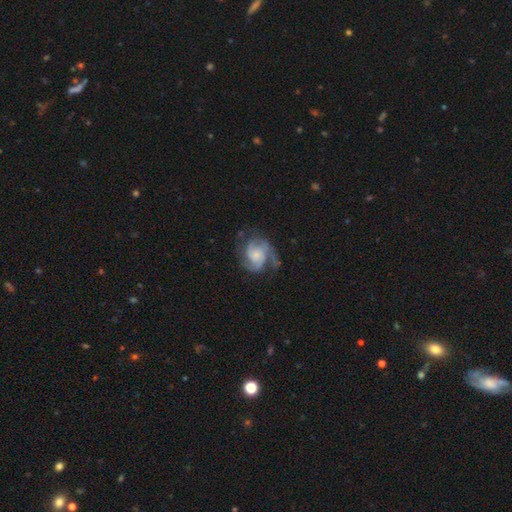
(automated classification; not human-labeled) A featured or disk galaxy (81%) with no bar (69%), 2 (49%) medium (45%) spiral arms (95%) and a small central bulge (46%).

Vote fractions:
- Smooth or featured? featured or disk: 81% / smooth: 13% / star or artifact: 6%
- Edge-on disk? no: 98% / yes: 2%
- Bar? no: 69% / weak: 27% / strong: 4%
- Spiral arms? yes: 95% / no: 5%
- Spiral winding? medium: 45% / tight: 41% / loose: 15%
- Spiral arm count? 2: 49% / 3: 23% / can't tell: 14% / 1: 6% / 4: 4% / more than 4: 4%
- Bulge size? small: 46% / moderate: 28% / none: 15% / large: 9% / dominant: 2%
- Merging? none: 58% / minor disturbance: 22% / major disturbance: 19% / merger: 2%